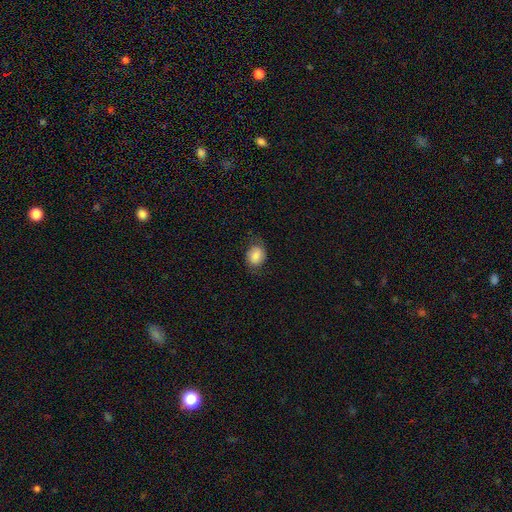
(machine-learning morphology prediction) Smooth or featured: smooth — 78% (featured or disk — 14%)
How rounded: in between — 55% (round — 44%)
Merging: none — 70% (minor disturbance — 22%)